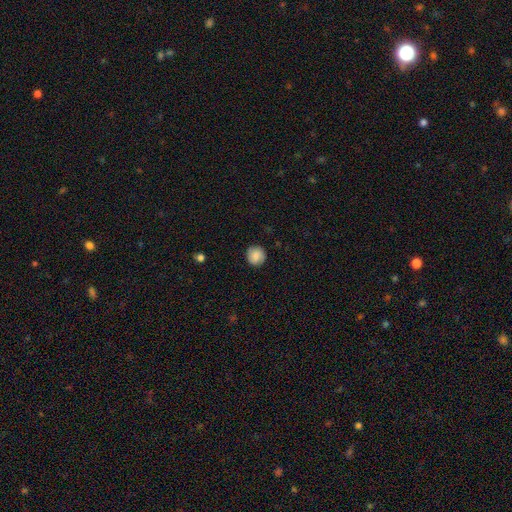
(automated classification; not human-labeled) smooth-or-featured: smooth: 85% | star or artifact: 8% | featured or disk: 8%
  how-rounded: round: 93% | in between: 6% | cigar-shaped: 1%
  merging: none: 89% | minor disturbance: 8% | major disturbance: 2% | merger: 1%